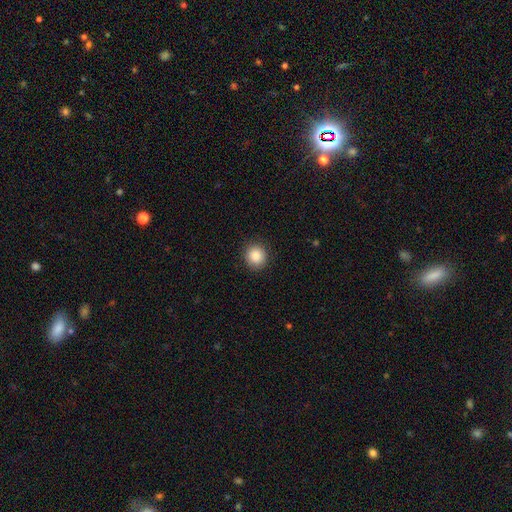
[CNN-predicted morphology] A smooth galaxy with no disk features (88%) that is round (90%).

Vote fractions:
- Smooth or featured? smooth: 88% / star or artifact: 9% / featured or disk: 3%
- How rounded? round: 90% / in between: 9% / cigar-shaped: 1%
- Merging? none: 91% / minor disturbance: 6% / major disturbance: 2% / merger: 1%